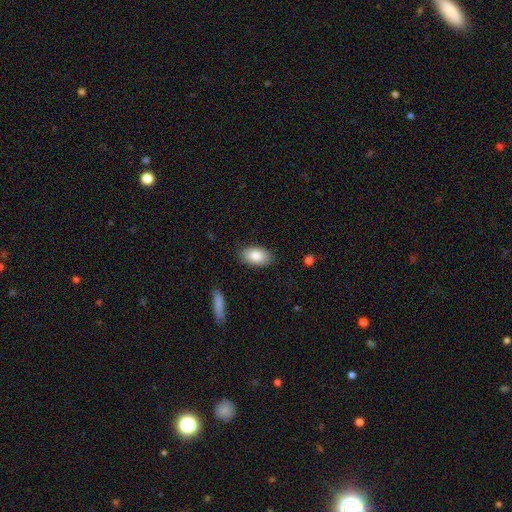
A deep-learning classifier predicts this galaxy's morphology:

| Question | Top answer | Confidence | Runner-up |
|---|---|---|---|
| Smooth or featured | smooth | 85% | featured or disk (9%) |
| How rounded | in between | 94% | round (5%) |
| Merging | none | 86% | minor disturbance (10%) |